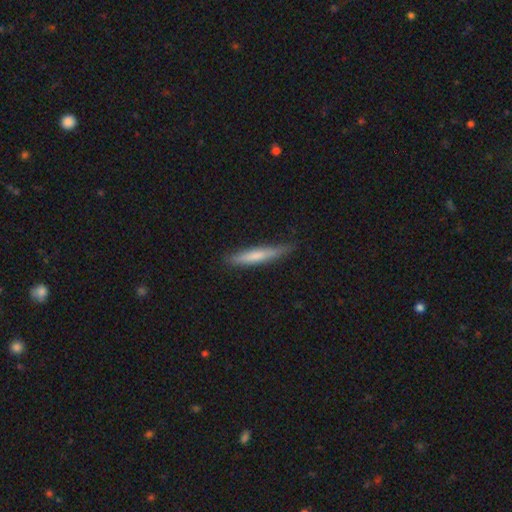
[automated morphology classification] smooth 69%, featured or disk 26%, star or artifact 6%. Down the decision tree: how rounded — cigar-shaped (93%); merging — none (81%).